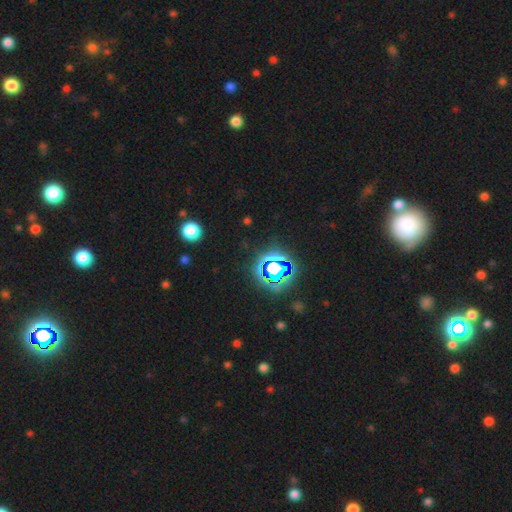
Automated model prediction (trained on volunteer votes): Morphology: type=star or artifact (80%).